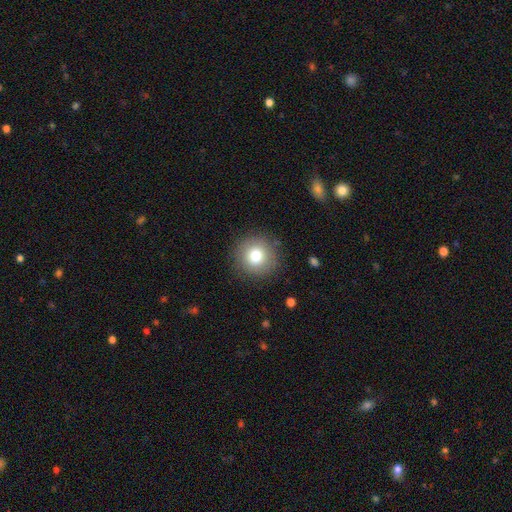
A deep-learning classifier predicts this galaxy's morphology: smooth-or-featured: smooth: 76% | featured or disk: 13% | star or artifact: 11%
  how-rounded: round: 95% | in between: 4% | cigar-shaped: 1%
  merging: none: 88% | minor disturbance: 8% | major disturbance: 3% | merger: 1%